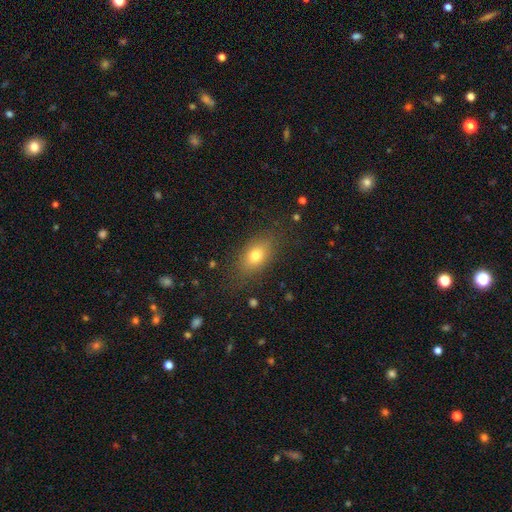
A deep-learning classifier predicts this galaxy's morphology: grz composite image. It shows a smooth galaxy with no disk features (75%) that is in between round and cigar-shaped (81%). Merging: none (81%).